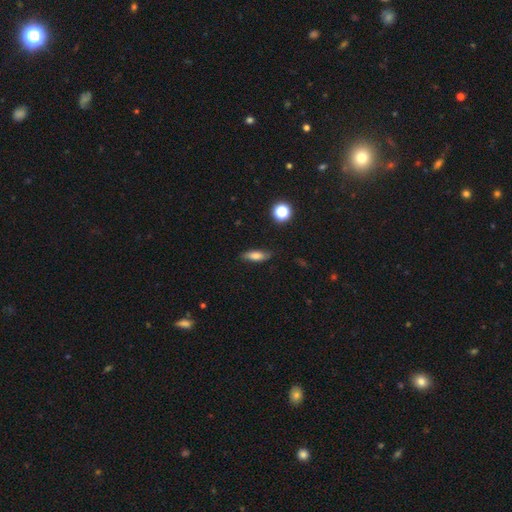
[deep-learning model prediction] Smooth or featured: smooth — 75% (featured or disk — 16%)
How rounded: in between — 60% (cigar-shaped — 36%)
Merging: none — 81% (minor disturbance — 15%)